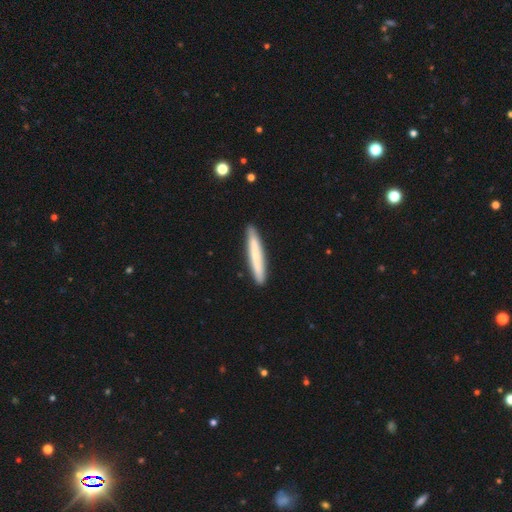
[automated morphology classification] Smooth or featured? Predicted: smooth (p=0.70). How rounded? Predicted: cigar-shaped (p=0.95). Merging? Predicted: none (p=0.90).